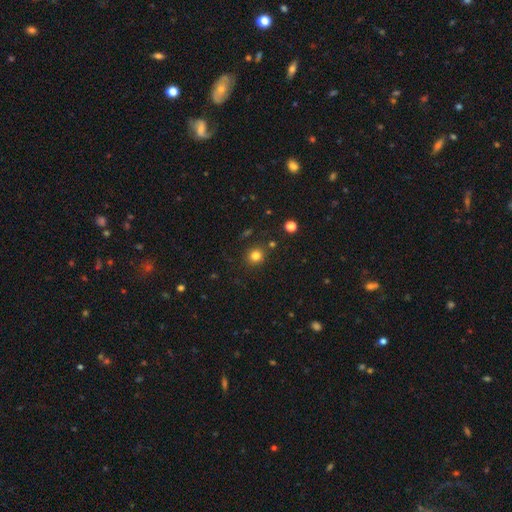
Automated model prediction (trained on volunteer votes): Smooth or featured: smooth — 80% (star or artifact — 14%)
How rounded: round — 89% (in between — 10%)
Merging: none — 86% (minor disturbance — 7%)